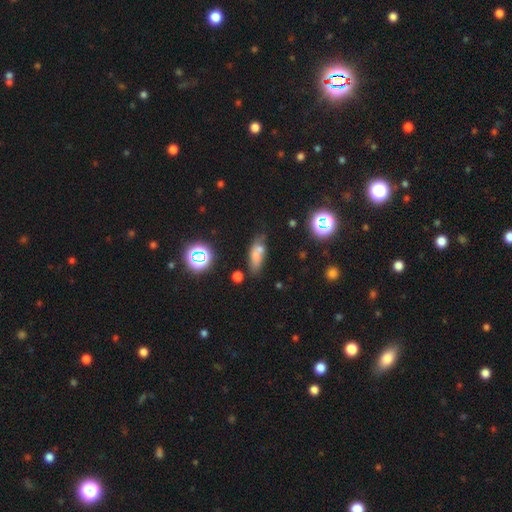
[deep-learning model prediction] The model was most divided on "merging": none: 52%, minor disturbance: 23%, merger: 16%, major disturbance: 9%. More confident: smooth or featured — smooth (63%); how rounded — in between (62%).